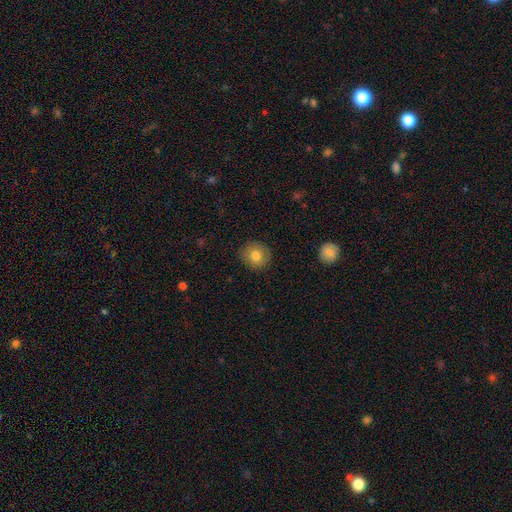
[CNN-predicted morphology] Smooth or featured? Predicted: smooth (p=0.79). How rounded? Predicted: round (p=0.87). Merging? Predicted: none (p=0.89).